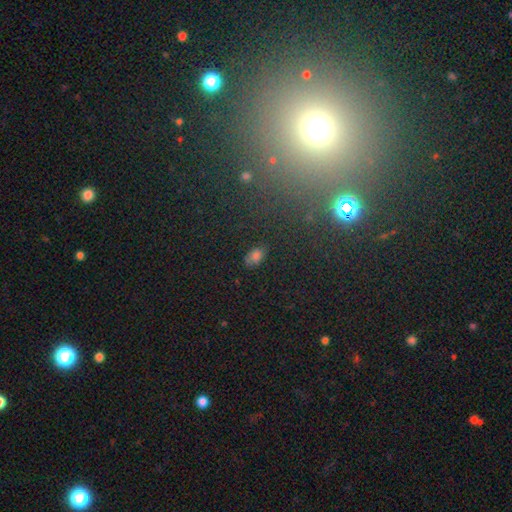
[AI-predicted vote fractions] This appears to be a smooth galaxy with no disk features (73%) that is in between round and cigar-shaped (85%). Merging: none (80%).